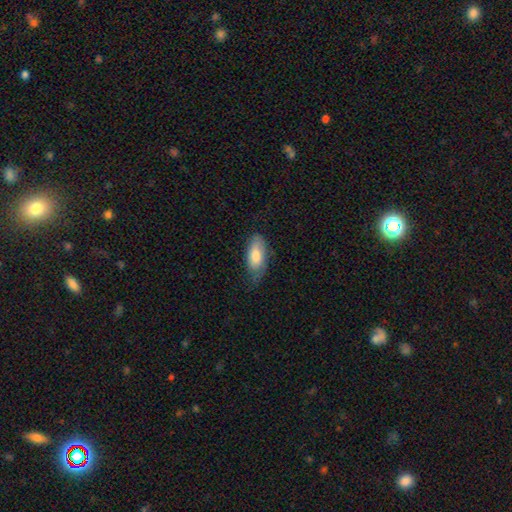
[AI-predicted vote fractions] Q: Smooth or featured?
A: smooth (75%); runner-up: featured or disk (19%)
Q: How rounded?
A: in between (87%); runner-up: cigar-shaped (11%)
Q: Merging?
A: none (59%); runner-up: minor disturbance (31%)